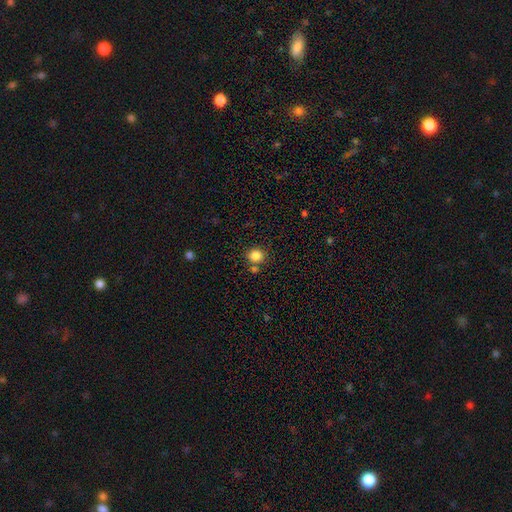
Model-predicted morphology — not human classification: smooth 84%, star or artifact 11%, featured or disk 5%. Down the decision tree: how rounded — round (85%); merging — none (76%).